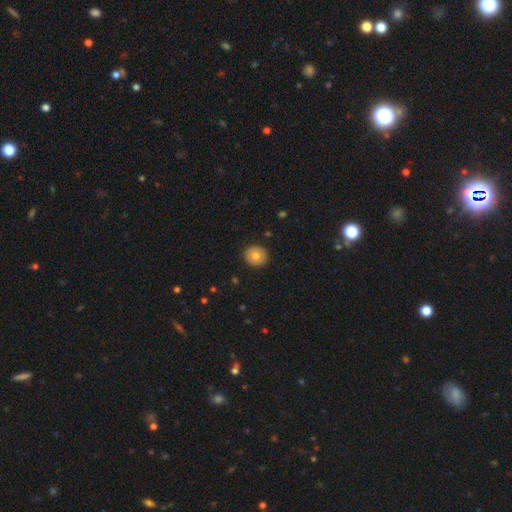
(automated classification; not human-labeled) Smooth or featured? Predicted: smooth (p=0.76). How rounded? Predicted: round (p=0.90). Merging? Predicted: none (p=0.91).